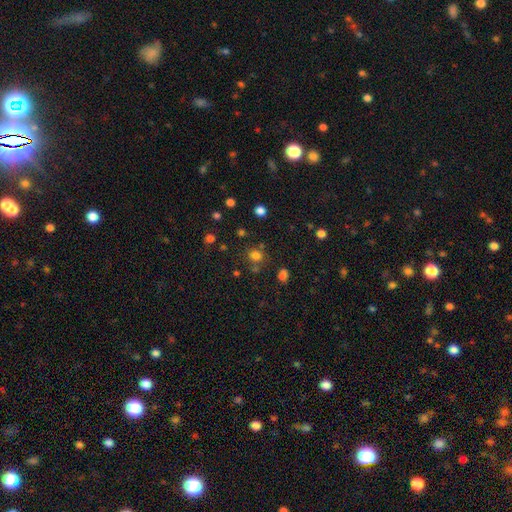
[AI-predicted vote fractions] This is likely a smooth galaxy (74%). How rounded: clearly round (81%). Merging: likely none (72%).